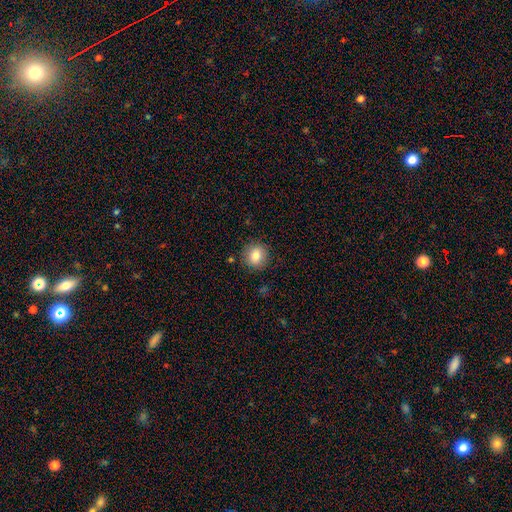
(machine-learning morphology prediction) This is clearly a smooth galaxy (81%). How rounded: clearly round (87%). Merging: clearly none (88%).